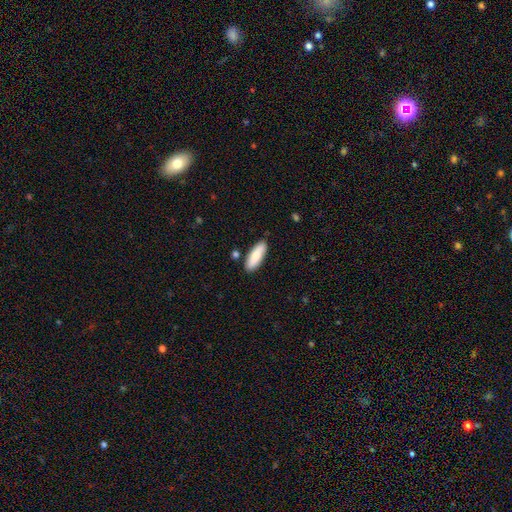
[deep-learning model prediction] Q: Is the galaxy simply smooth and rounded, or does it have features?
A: smooth — 84%.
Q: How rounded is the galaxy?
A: in between — 61%.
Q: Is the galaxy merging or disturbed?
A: none — 85%.